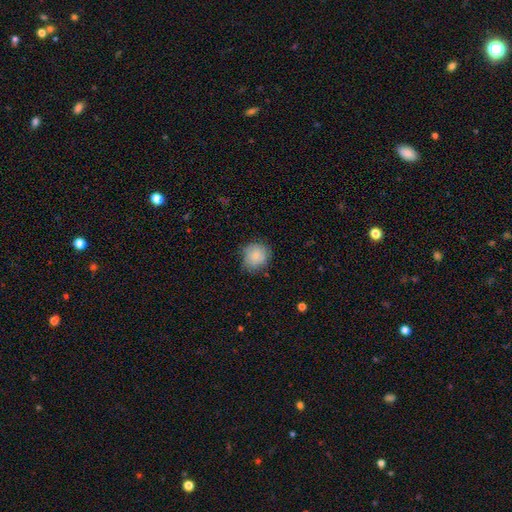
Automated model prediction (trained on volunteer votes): Smooth or featured?
  - smooth: 82% *
  - featured or disk: 10%
  - star or artifact: 8%
How rounded?
  - round: 85% *
  - in between: 14%
  - cigar-shaped: 1%
Merging?
  - none: 74% *
  - minor disturbance: 21%
  - major disturbance: 5%
  - merger: 1%